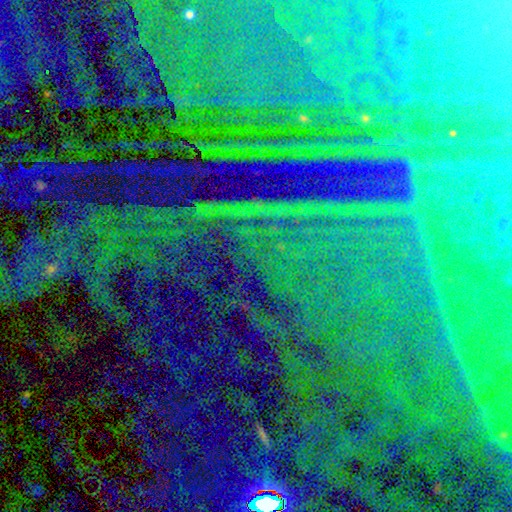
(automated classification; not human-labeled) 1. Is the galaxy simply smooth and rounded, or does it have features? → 88% star or artifact, 7% featured or disk, 5% smooth.